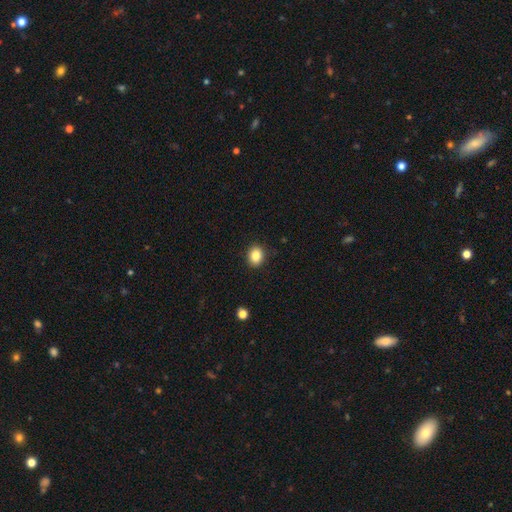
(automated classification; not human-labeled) Q: Smooth or featured?
A: smooth (85%); runner-up: star or artifact (10%)
Q: How rounded?
A: round (56%); runner-up: in between (43%)
Q: Merging?
A: none (90%); runner-up: minor disturbance (7%)